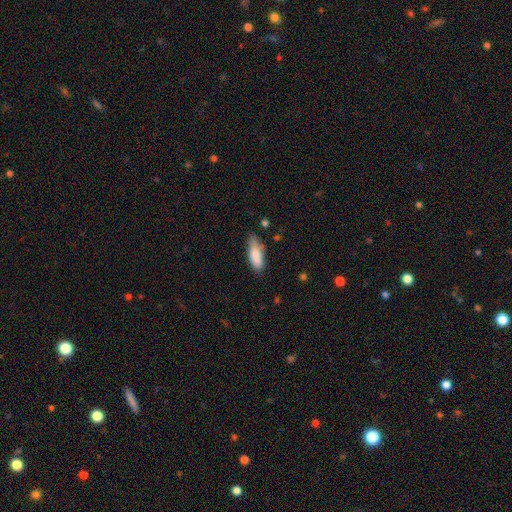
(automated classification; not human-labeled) Overall: smooth (84%). How rounded: in between (65%; cigar-shaped 33%). Merging: none (65%; minor disturbance 27%).